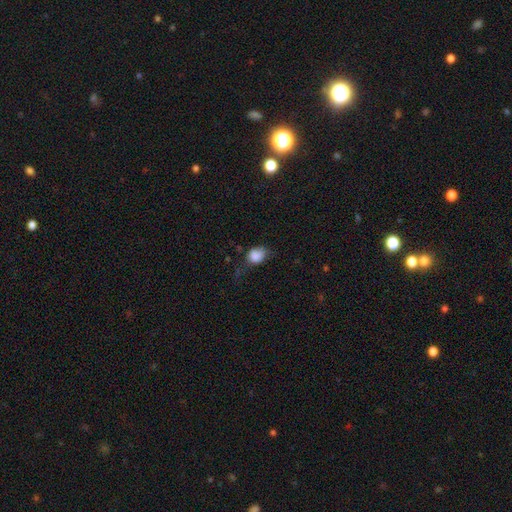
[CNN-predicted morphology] smooth 83%, star or artifact 9%, featured or disk 7%. Down the decision tree: how rounded — in between (56%); merging — none (38%, tied with minor disturbance).